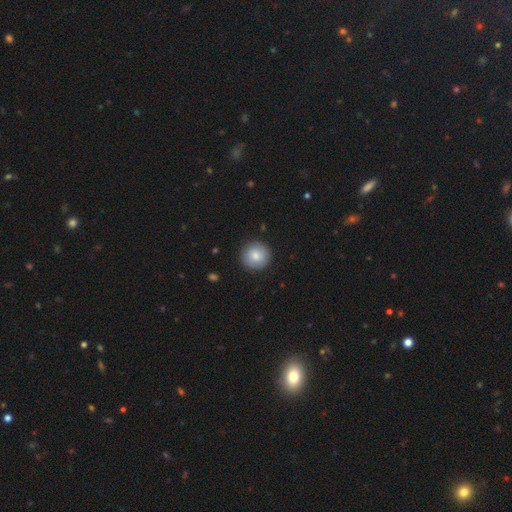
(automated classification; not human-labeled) Morphology: type=smooth (84%); roundness=round (95%); merging=none (91%).